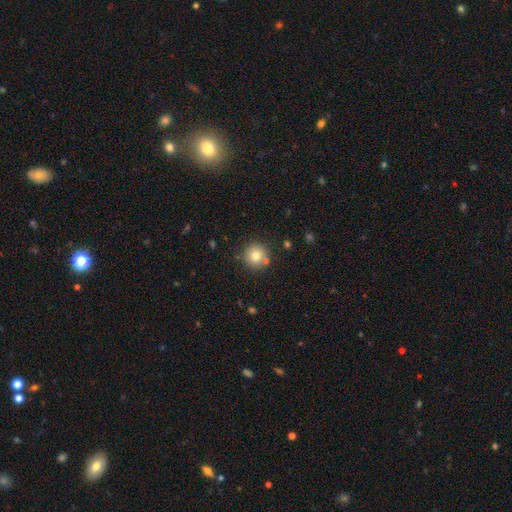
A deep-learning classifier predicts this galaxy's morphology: This appears to be a smooth galaxy with no disk features (77%) that is round (95%). Merging: none (82%).